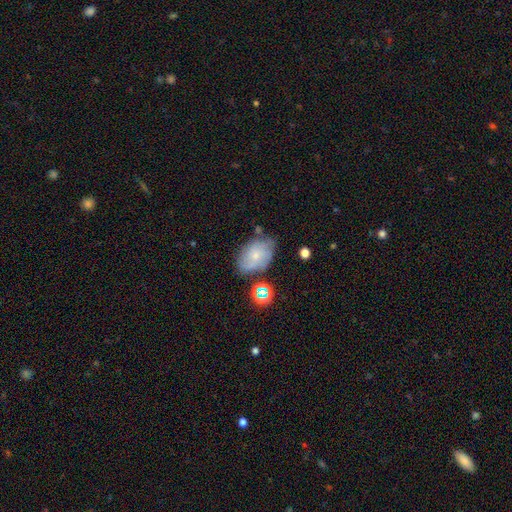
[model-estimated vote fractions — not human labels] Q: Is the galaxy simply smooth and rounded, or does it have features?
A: smooth — 50%.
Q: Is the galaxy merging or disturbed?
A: none — 58%.